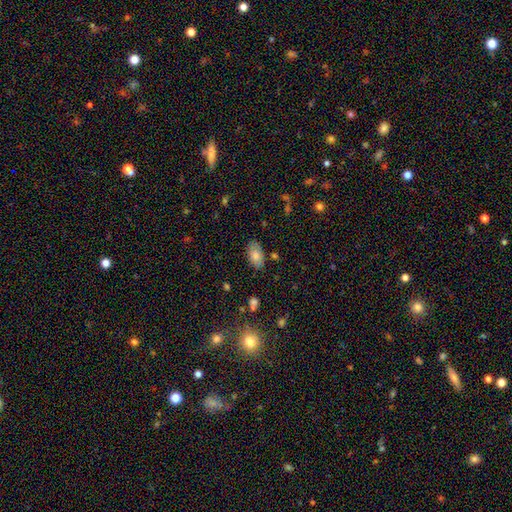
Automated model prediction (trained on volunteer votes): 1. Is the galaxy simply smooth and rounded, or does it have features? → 78% smooth, 14% featured or disk, 8% star or artifact.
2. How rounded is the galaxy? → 94% in between, 4% round, 2% cigar-shaped.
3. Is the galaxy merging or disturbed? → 80% none, 14% minor disturbance, 3% major disturbance, 3% merger.